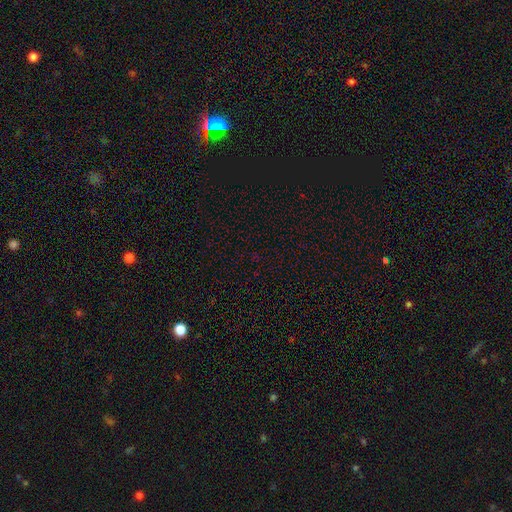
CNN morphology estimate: Smooth or featured? Predicted: star or artifact (p=0.71).